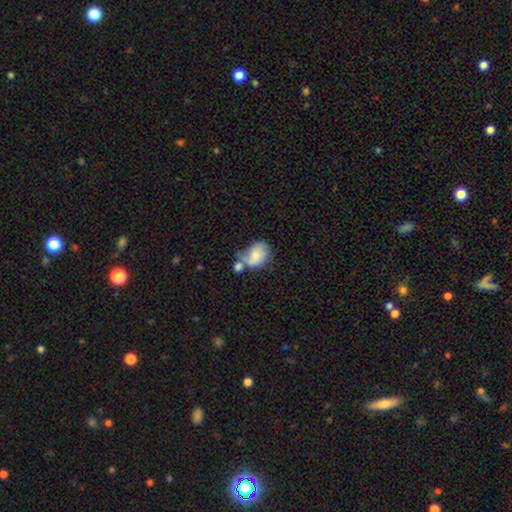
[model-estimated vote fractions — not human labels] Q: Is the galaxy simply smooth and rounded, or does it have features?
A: smooth — 71%.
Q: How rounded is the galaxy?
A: in between — 64%.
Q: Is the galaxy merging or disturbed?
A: merger — 40%.